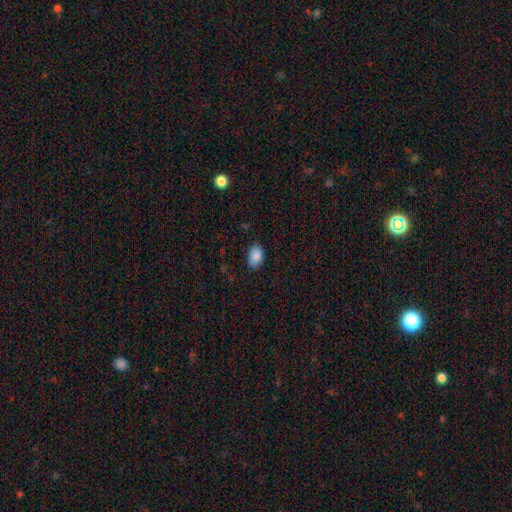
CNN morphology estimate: smooth 88%, star or artifact 7%, featured or disk 4%. Down the decision tree: how rounded — in between (87%); merging — none (83%).